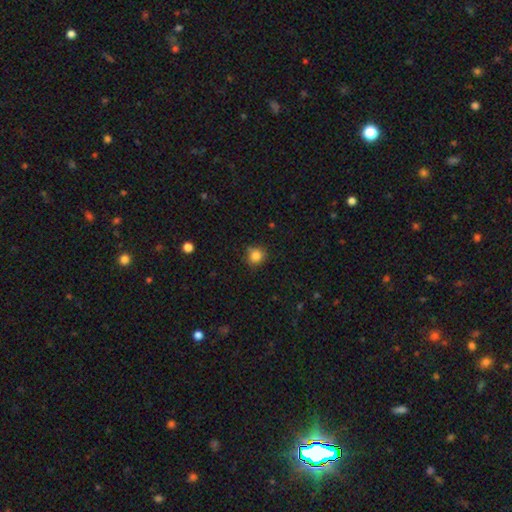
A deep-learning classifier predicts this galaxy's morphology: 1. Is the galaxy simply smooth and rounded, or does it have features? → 83% smooth, 12% star or artifact, 5% featured or disk.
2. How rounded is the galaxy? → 86% round, 13% in between, 1% cigar-shaped.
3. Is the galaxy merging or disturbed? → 79% none, 17% minor disturbance, 3% major disturbance, 2% merger.